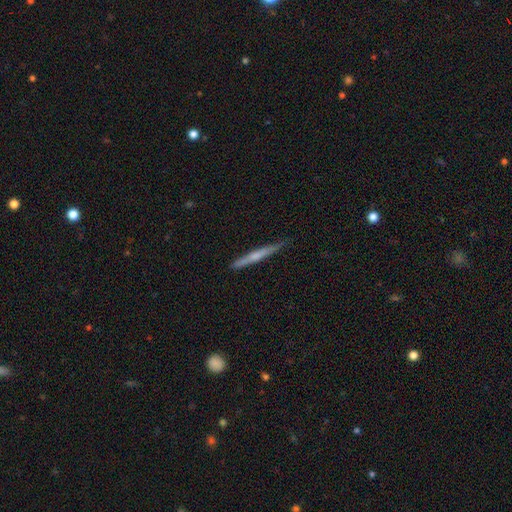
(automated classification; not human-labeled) This is possibly a featured or disk galaxy (50%). It is clearly viewed edge-on (97%). Merging: clearly none (87%).